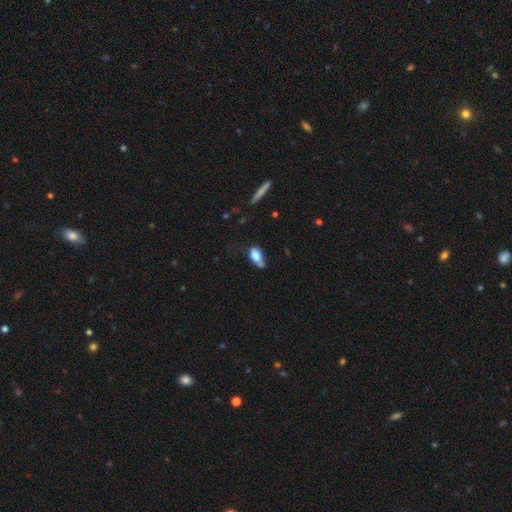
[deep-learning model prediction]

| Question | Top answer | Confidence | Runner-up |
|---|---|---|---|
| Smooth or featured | smooth | 77% | featured or disk (14%) |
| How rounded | in between | 85% | round (9%) |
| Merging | none | 35% | minor disturbance (28%) |